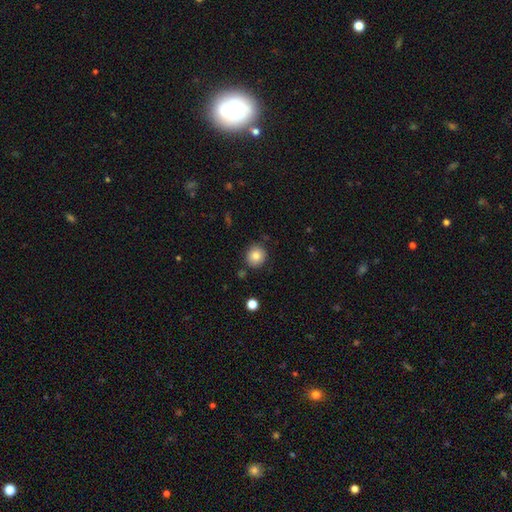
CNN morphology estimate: type=smooth (82%); roundness=round (89%); merging=none (86%).